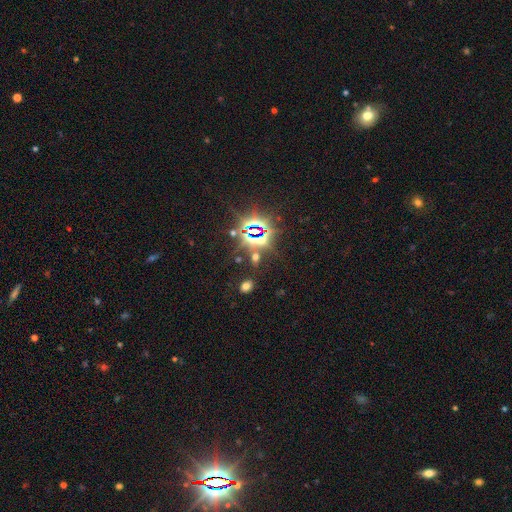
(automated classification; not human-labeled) Smooth or featured: star or artifact — 80% (smooth — 12%)